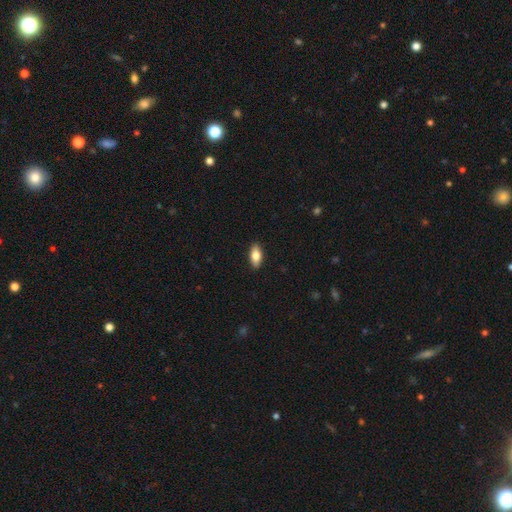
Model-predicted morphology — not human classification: Overall: smooth (76%). How rounded: in between (84%). Merging: none (90%).